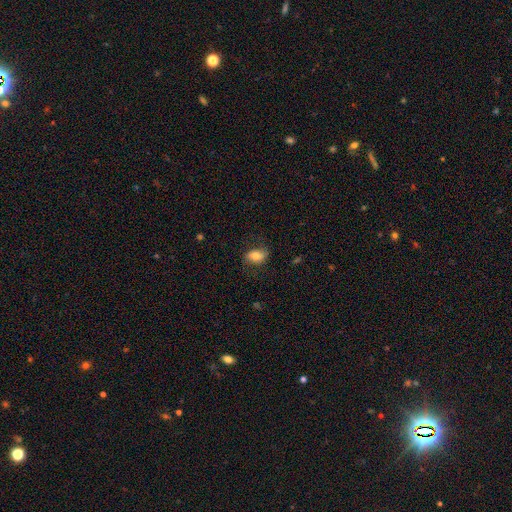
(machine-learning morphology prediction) smooth_or_featured: smooth (p=0.71) [alt: featured or disk p=0.21]
how_rounded: in between (p=0.86) [alt: round p=0.11]
merging: none (p=0.74) [alt: minor disturbance p=0.18]